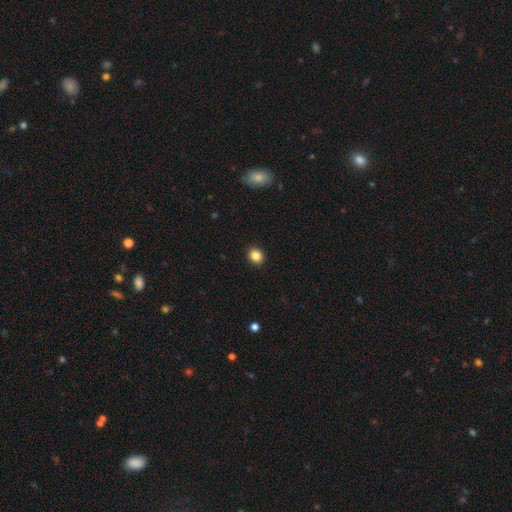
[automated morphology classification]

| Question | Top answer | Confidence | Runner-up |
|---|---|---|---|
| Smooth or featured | smooth | 85% | star or artifact (11%) |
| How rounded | round | 77% | in between (22%) |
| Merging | none | 92% | minor disturbance (5%) |